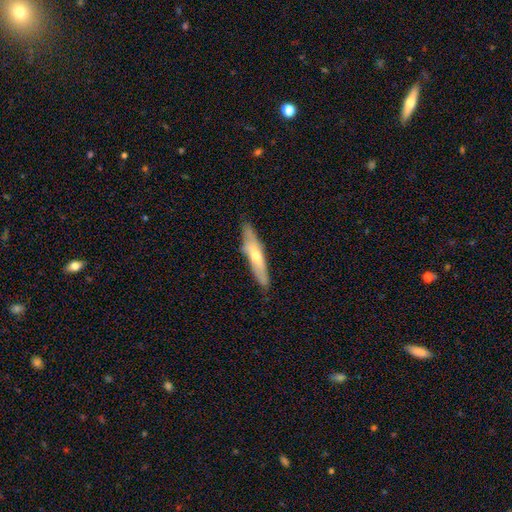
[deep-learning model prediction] Smooth or featured: featured or disk — 47% (tied with smooth — 47%)
Merging: none — 77% (minor disturbance — 18%)